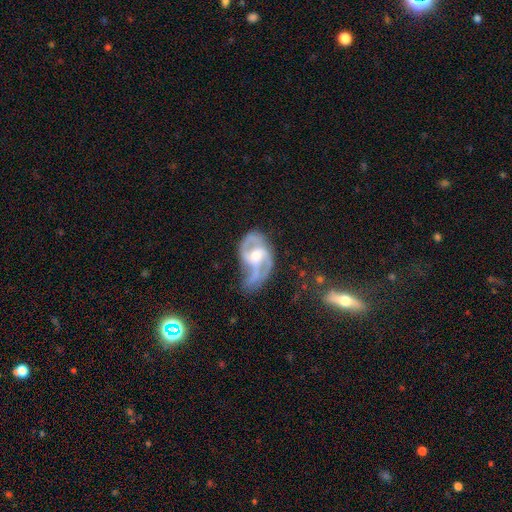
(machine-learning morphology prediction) A featured or disk galaxy (89%) with no bar (42%), 2 (57%) medium (50%) spiral arms (96%) and a moderate central bulge (63%).

Vote fractions:
- Smooth or featured? featured or disk: 89% / smooth: 6% / star or artifact: 5%
- Edge-on disk? no: 97% / yes: 3%
- Bar? no: 42% / weak: 41% / strong: 18%
- Spiral arms? yes: 96% / no: 4%
- Spiral winding? medium: 50% / loose: 29% / tight: 20%
- Spiral arm count? 2: 57% / 3: 26% / can't tell: 7% / 1: 4% / 4: 3% / more than 4: 3%
- Bulge size? moderate: 63% / small: 33% / large: 3% / none: 1% / dominant: 1%
- Merging? none: 44% / minor disturbance: 29% / major disturbance: 23% / merger: 4%